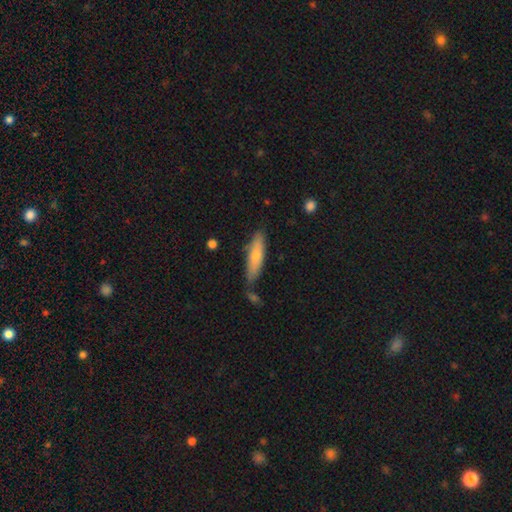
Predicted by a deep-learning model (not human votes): This appears to be a smooth galaxy with no disk features (66%) that is cigar-shaped (70%). Merging: none (72%).